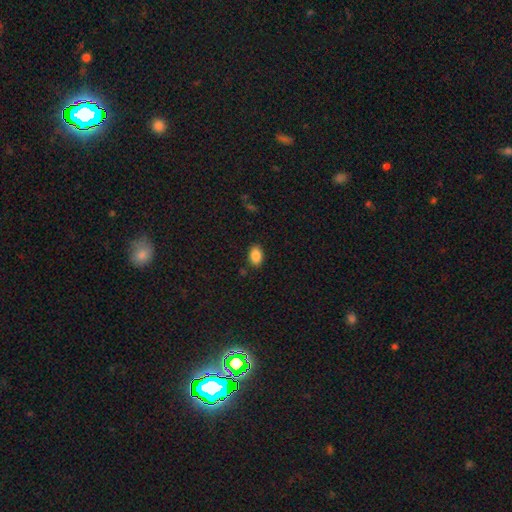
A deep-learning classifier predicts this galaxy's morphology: type=smooth (87%); roundness=in between (86%); merging=none (88%).